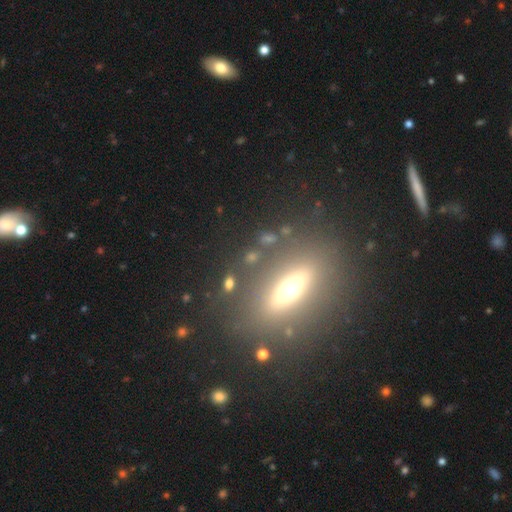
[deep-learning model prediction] smooth_or_featured: featured or disk (p=0.44) [alt: smooth p=0.40]
merging: none (p=0.82) [alt: minor disturbance p=0.09]